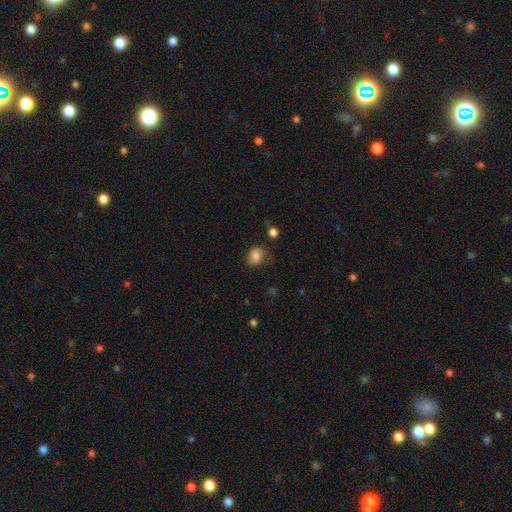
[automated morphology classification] Smooth or featured? Predicted: smooth (p=0.81). How rounded? Predicted: in between (p=0.57). Merging? Predicted: none (p=0.58).